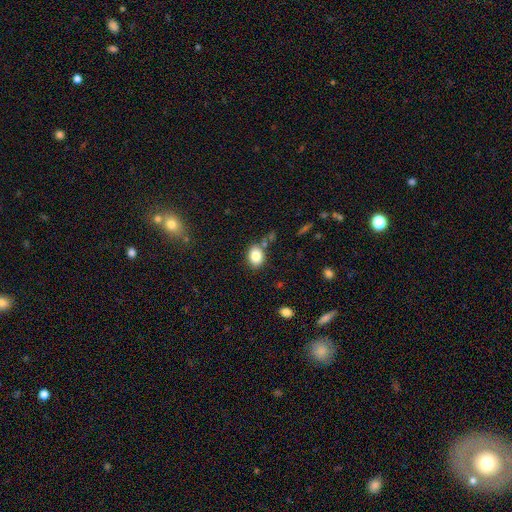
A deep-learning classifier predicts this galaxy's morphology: Overall: smooth (84%). How rounded: in between (66%; round 33%). Merging: none (74%).